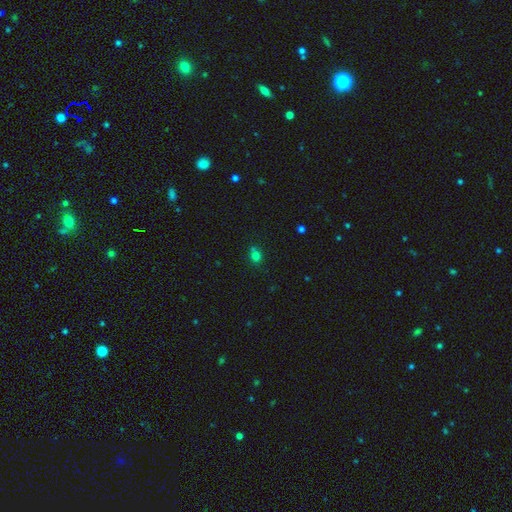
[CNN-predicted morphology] Smooth or featured: smooth — 75% (star or artifact — 17%)
How rounded: round — 68% (in between — 31%)
Merging: none — 59% (merger — 20%)